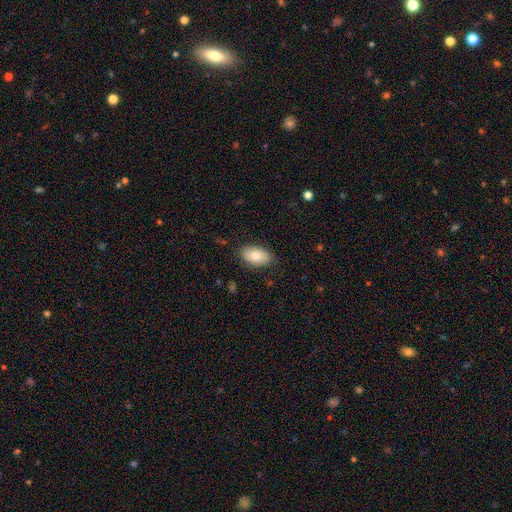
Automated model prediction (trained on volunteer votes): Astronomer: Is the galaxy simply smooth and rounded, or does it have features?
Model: smooth — 75%.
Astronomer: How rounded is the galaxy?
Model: in between — 92%.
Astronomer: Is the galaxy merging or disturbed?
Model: none — 84%.